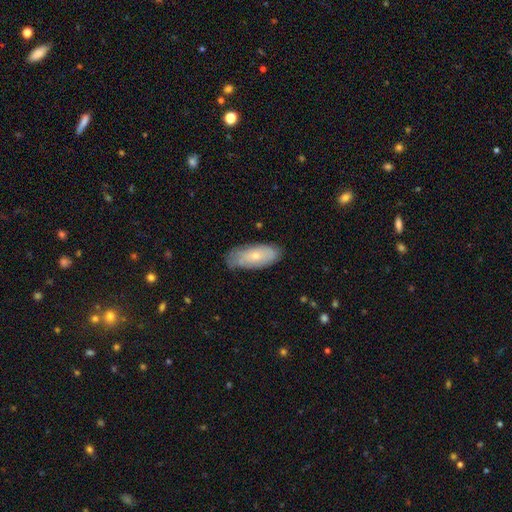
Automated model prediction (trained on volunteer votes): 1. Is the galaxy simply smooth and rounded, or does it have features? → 60% smooth, 34% featured or disk, 6% star or artifact.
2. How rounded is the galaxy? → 82% in between, 15% cigar-shaped, 2% round.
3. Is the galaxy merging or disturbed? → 71% none, 23% minor disturbance, 5% major disturbance, 1% merger.